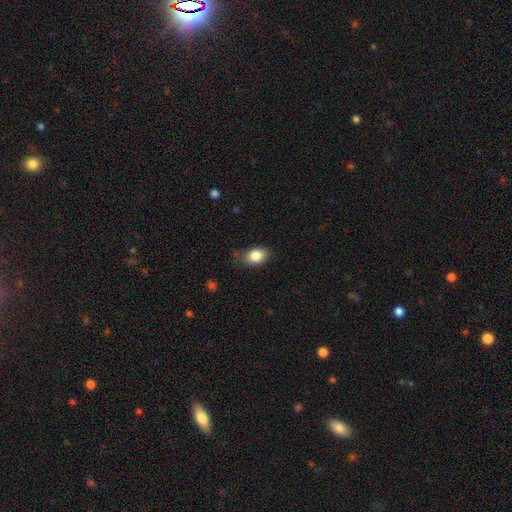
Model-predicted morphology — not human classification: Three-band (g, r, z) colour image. It shows a smooth galaxy with no disk features (85%) that is in between round and cigar-shaped (83%). Merging: none (77%).